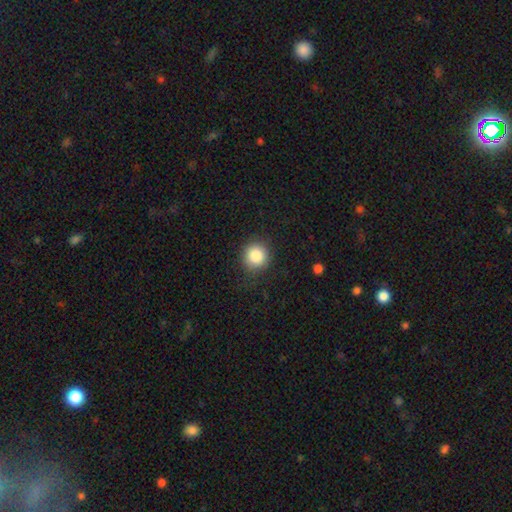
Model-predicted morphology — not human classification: This appears to be a smooth galaxy with no disk features (86%) that is round (92%). Merging: none (86%).